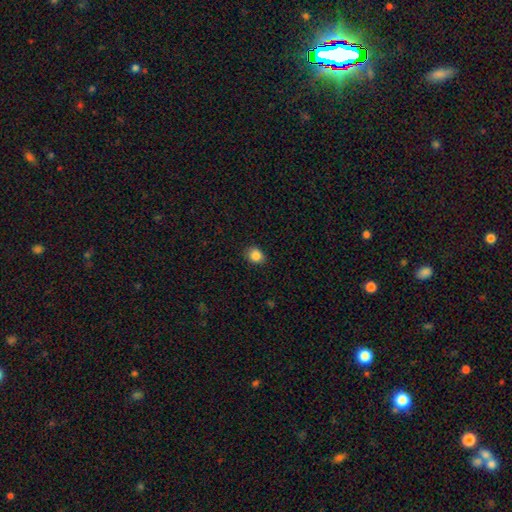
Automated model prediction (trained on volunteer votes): Smooth or featured? smooth (85%)
How rounded? round (56%)
Merging? none (86%)